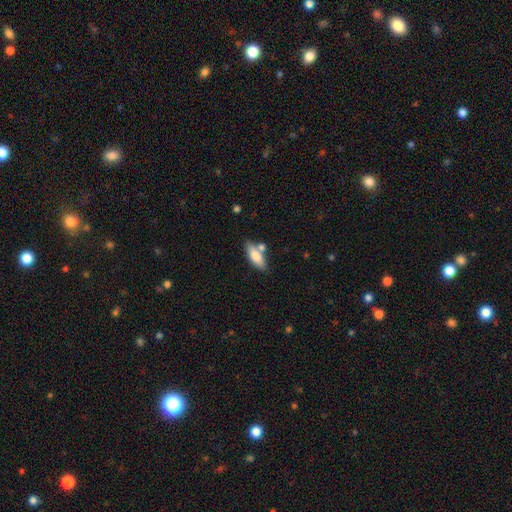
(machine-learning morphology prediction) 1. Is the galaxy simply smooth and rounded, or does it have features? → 72% smooth, 22% featured or disk, 7% star or artifact.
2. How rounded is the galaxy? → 62% in between, 35% cigar-shaped, 3% round.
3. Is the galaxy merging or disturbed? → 66% none, 17% merger, 14% minor disturbance, 4% major disturbance.